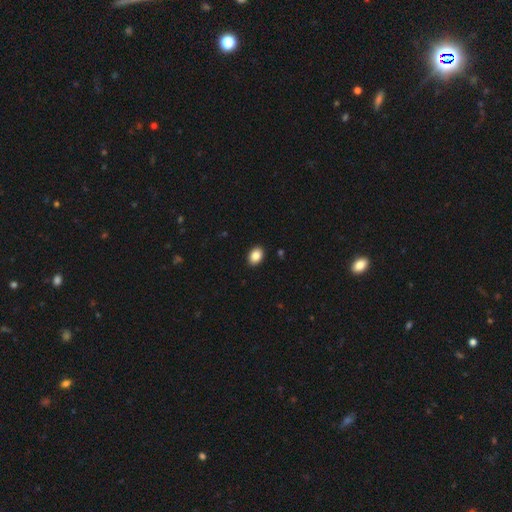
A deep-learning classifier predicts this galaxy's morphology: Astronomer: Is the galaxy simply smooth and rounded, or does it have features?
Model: smooth — 87%.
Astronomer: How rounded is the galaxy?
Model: in between — 78%.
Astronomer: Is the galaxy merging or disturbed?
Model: none — 91%.